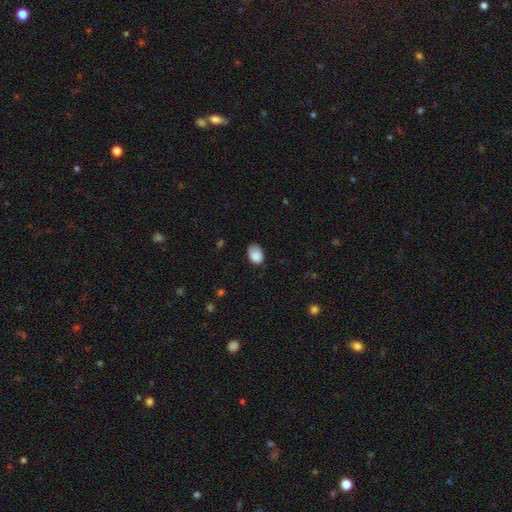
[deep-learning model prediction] Smooth or featured? smooth (87%)
How rounded? in between (81%)
Merging? none (60%)